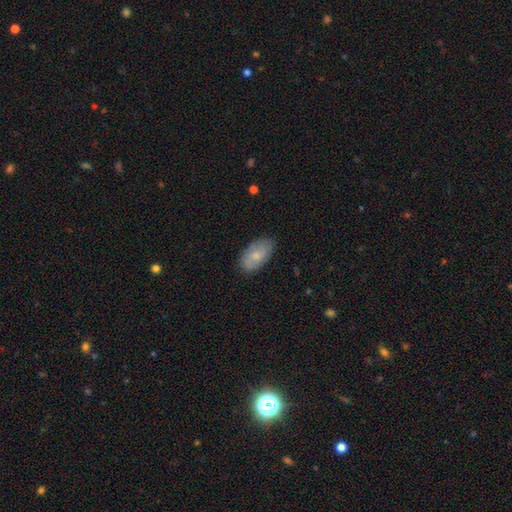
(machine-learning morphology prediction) Smooth or featured? smooth (70%)
How rounded? in between (94%)
Merging? none (81%)